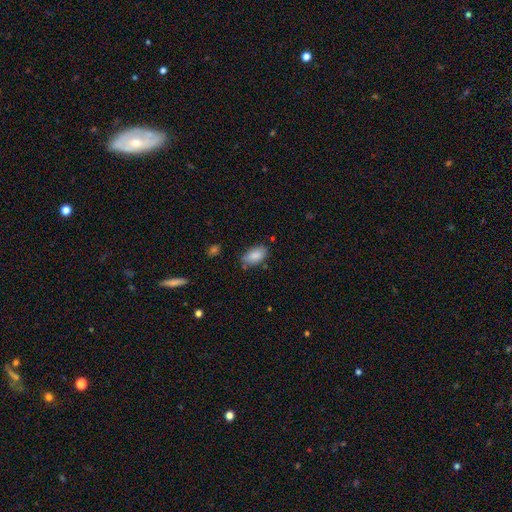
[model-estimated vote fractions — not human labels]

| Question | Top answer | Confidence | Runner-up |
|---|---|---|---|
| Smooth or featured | smooth | 86% | star or artifact (7%) |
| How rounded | in between | 93% | round (4%) |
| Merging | none | 73% | minor disturbance (19%) |